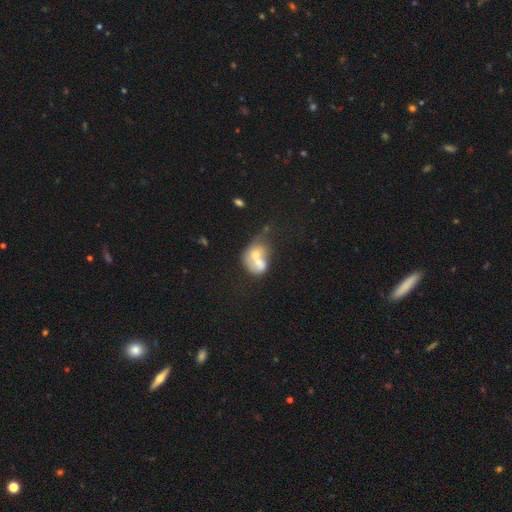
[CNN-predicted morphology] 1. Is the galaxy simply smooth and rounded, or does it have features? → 53% smooth, 39% featured or disk, 9% star or artifact.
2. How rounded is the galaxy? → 51% in between, 48% round, 1% cigar-shaped.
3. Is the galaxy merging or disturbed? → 73% merger, 13% none, 8% minor disturbance, 7% major disturbance.